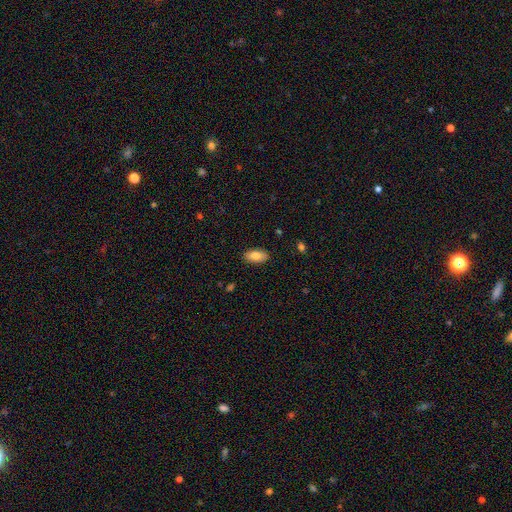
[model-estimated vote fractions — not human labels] Morphology: type=smooth (81%); roundness=in between (92%); merging=none (88%).